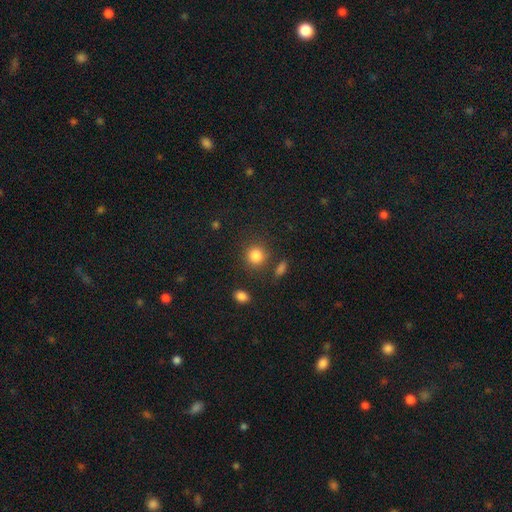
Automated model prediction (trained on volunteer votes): smooth_or_featured: smooth (p=0.85) [alt: star or artifact p=0.11]
how_rounded: round (p=0.87) [alt: in between p=0.12]
merging: none (p=0.80) [alt: minor disturbance p=0.09]